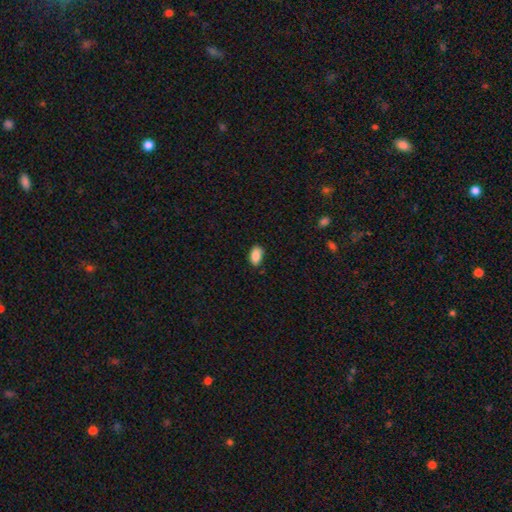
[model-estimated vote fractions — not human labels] A smooth galaxy with no disk features (86%) that is in between round and cigar-shaped (91%).

Vote fractions:
- Smooth or featured? smooth: 86% / star or artifact: 8% / featured or disk: 7%
- How rounded? in between: 91% / round: 7% / cigar-shaped: 2%
- Merging? none: 80% / minor disturbance: 17% / major disturbance: 2% / merger: 1%